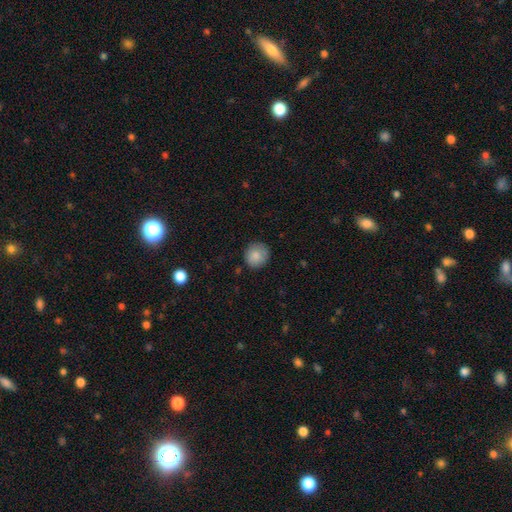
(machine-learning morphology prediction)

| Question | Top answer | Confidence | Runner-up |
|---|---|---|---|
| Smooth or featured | smooth | 85% | star or artifact (8%) |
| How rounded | round | 91% | in between (8%) |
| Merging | none | 85% | minor disturbance (11%) |